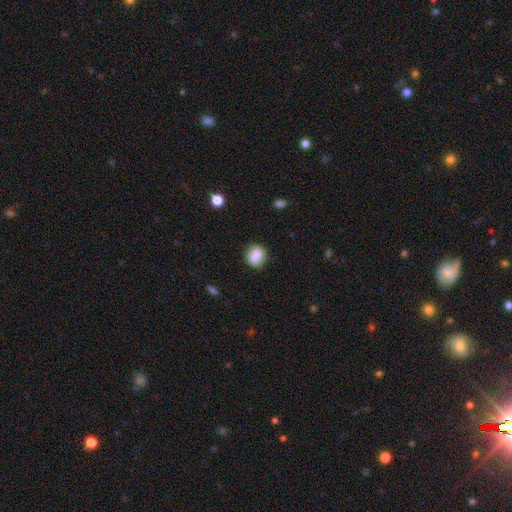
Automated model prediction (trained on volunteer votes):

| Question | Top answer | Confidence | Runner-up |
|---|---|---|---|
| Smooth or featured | smooth | 83% | star or artifact (9%) |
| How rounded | round | 59% | in between (39%) |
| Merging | none | 74% | minor disturbance (18%) |